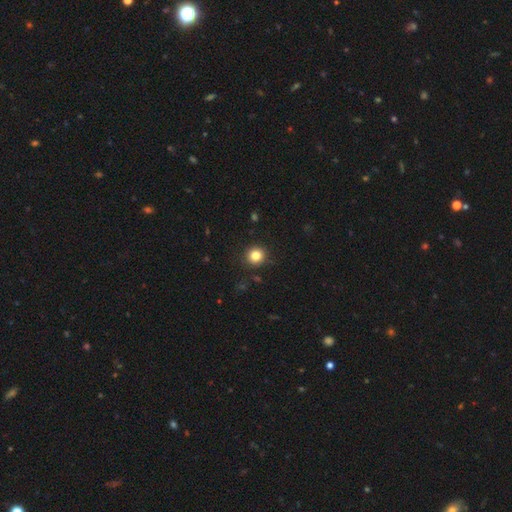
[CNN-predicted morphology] Q: Smooth or featured?
A: smooth (82%); runner-up: star or artifact (12%)
Q: How rounded?
A: round (91%); runner-up: in between (8%)
Q: Merging?
A: none (90%); runner-up: minor disturbance (7%)